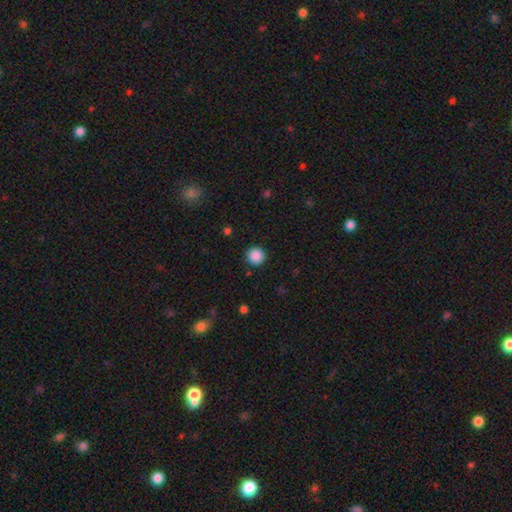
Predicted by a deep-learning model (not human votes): Smooth or featured: smooth — 88% (star or artifact — 10%)
How rounded: round — 95% (in between — 4%)
Merging: none — 91% (minor disturbance — 6%)